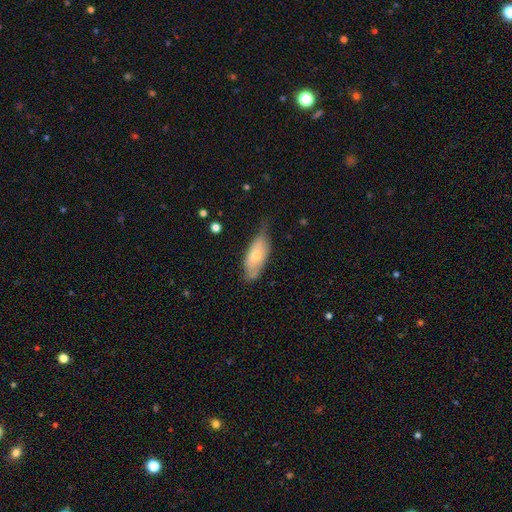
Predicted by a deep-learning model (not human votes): Smooth or featured: smooth — 60% (featured or disk — 33%)
How rounded: in between — 78% (cigar-shaped — 20%)
Merging: none — 54% (minor disturbance — 36%)